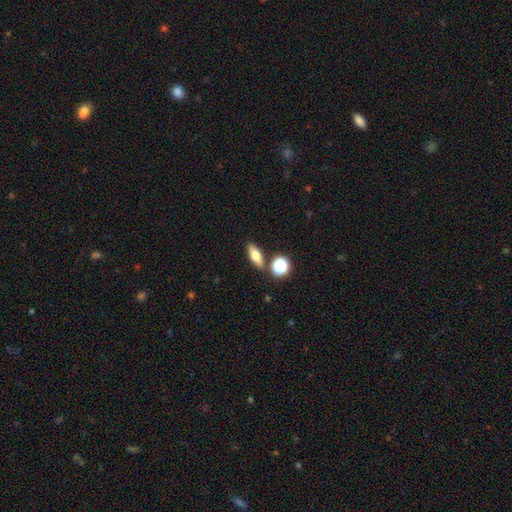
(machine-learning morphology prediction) This appears to be a smooth galaxy with no disk features (67%) that is in between round and cigar-shaped (62%). Merging: none (81%).